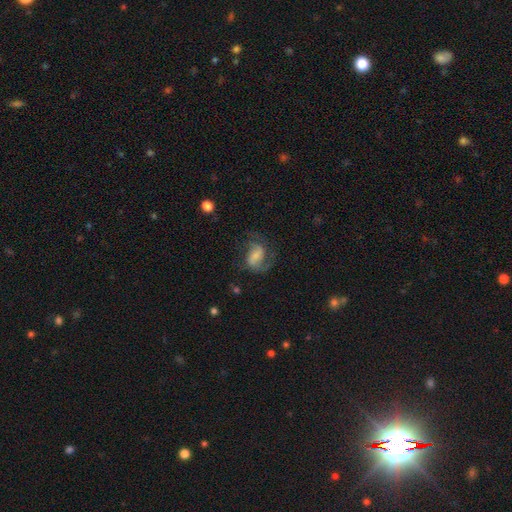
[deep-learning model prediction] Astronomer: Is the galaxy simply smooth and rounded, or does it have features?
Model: featured or disk — 66%.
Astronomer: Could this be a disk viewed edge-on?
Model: no — 98%.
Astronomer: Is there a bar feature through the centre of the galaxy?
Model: weak — 44% (runner-up: no, 35%).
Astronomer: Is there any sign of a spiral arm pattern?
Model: yes — 91%.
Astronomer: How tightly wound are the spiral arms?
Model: medium — 49% (runner-up: loose, 36%).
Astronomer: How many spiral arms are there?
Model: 2 — 78%.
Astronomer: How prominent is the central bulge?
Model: small — 30% (runner-up: none, 29%).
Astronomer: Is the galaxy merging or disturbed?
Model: none — 54%.